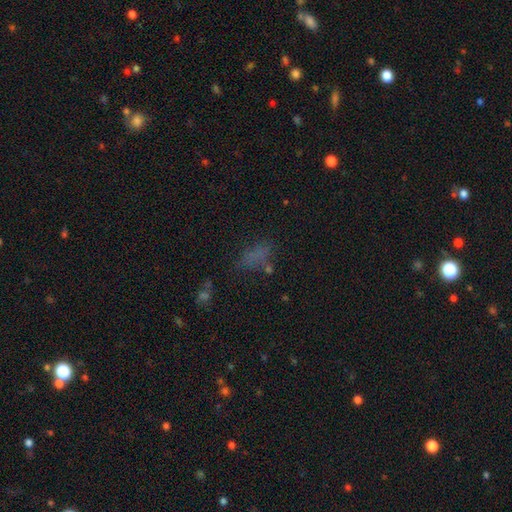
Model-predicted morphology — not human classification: Smooth or featured? Predicted: smooth (p=0.58). How rounded? Predicted: in between (p=0.72). Merging? Predicted: none (p=0.55).